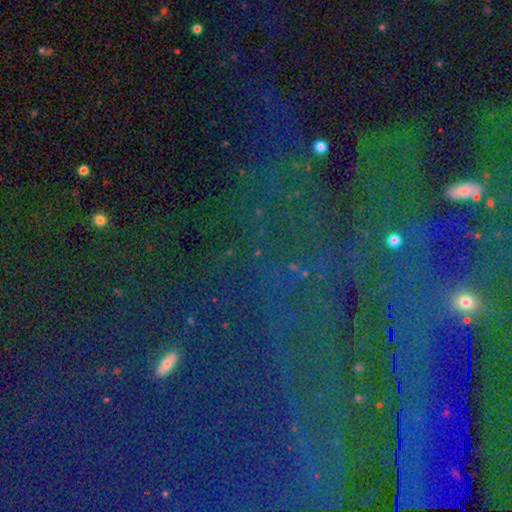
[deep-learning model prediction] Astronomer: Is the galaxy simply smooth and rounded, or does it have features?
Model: star or artifact — 84%.